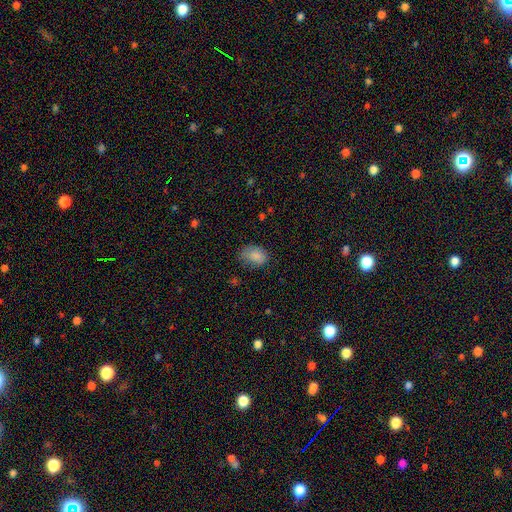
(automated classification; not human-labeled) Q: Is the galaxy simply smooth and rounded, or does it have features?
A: smooth — 85%.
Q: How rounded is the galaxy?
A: in between — 82%.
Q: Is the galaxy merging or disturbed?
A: none — 63%.